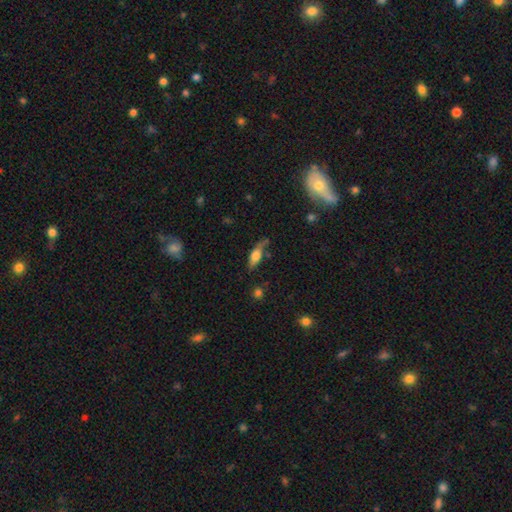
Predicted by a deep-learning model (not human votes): This appears to be a smooth galaxy with no disk features (58%) that is in between round and cigar-shaped (61%). Merging: none (54%).